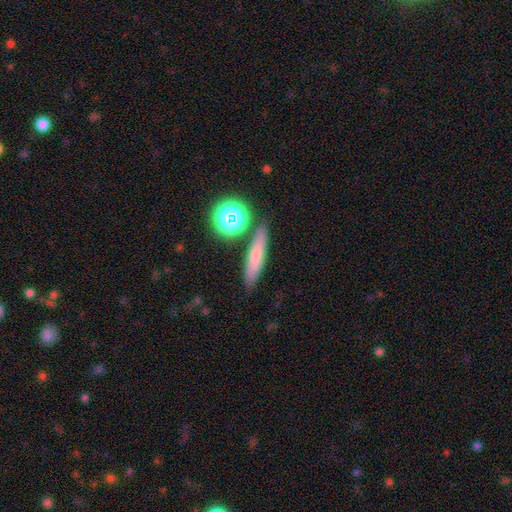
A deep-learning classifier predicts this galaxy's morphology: This is likely a smooth galaxy (66%). How rounded: likely cigar-shaped (76%). Merging: clearly none (82%).